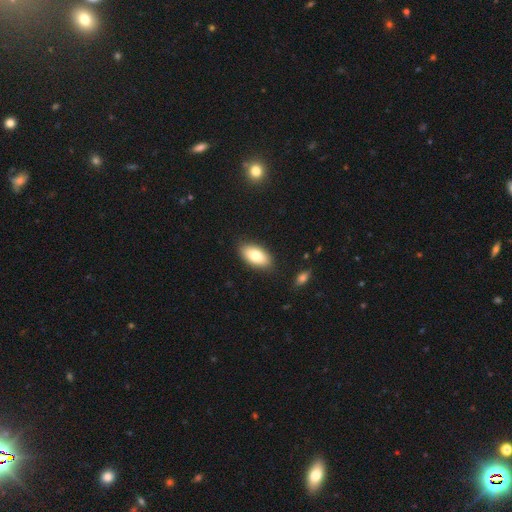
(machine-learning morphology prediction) Smooth or featured?
  - smooth: 79% *
  - featured or disk: 14%
  - star or artifact: 7%
How rounded?
  - in between: 93% *
  - cigar-shaped: 4%
  - round: 3%
Merging?
  - none: 86% *
  - minor disturbance: 10%
  - major disturbance: 2%
  - merger: 1%